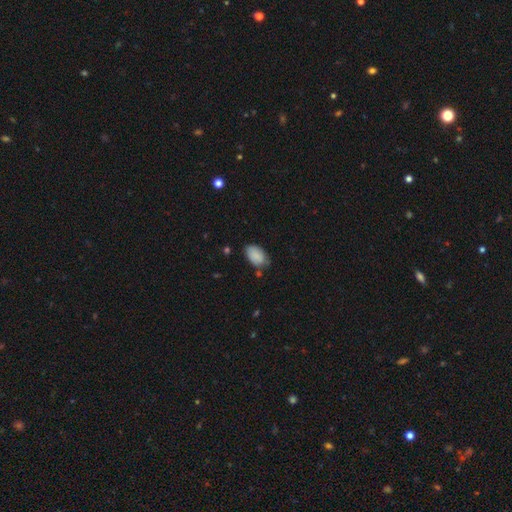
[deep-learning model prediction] A smooth galaxy with no disk features (83%) that is in between round and cigar-shaped (91%). Merging: none (63%).